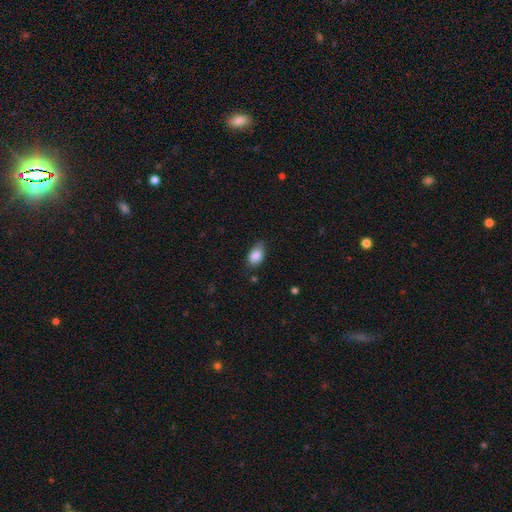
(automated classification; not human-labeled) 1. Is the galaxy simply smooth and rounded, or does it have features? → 86% smooth, 8% star or artifact, 6% featured or disk.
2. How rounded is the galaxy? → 84% in between, 14% round, 2% cigar-shaped.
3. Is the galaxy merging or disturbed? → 61% none, 32% minor disturbance, 5% major disturbance, 2% merger.